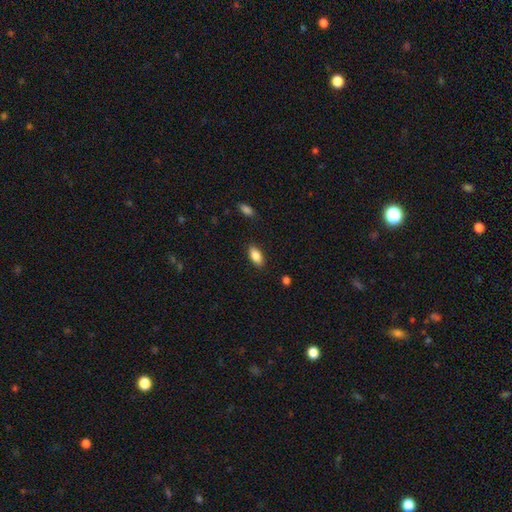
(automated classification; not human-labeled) smooth-or-featured: smooth: 87% | star or artifact: 7% | featured or disk: 5%
  how-rounded: in between: 90% | cigar-shaped: 7% | round: 3%
  merging: none: 87% | minor disturbance: 10% | major disturbance: 2% | merger: 1%